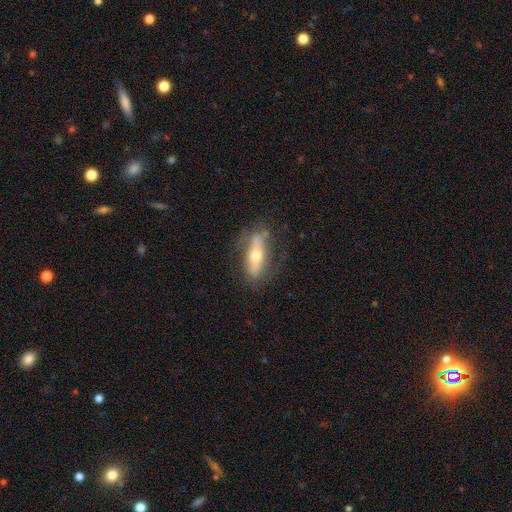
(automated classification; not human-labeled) smooth_or_featured: featured or disk (p=0.56) [alt: smooth p=0.37]
disk_edge_on: yes (p=0.52) [alt: no p=0.48]
merging: none (p=0.74) [alt: minor disturbance p=0.17]